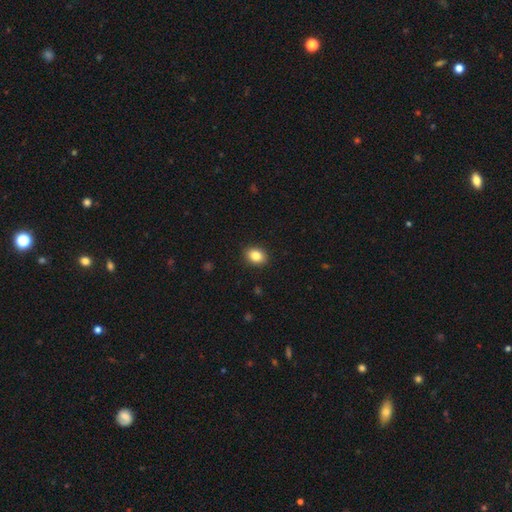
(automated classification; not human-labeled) Smooth or featured? Predicted: smooth (p=0.85). How rounded? Predicted: in between (p=0.61). Merging? Predicted: none (p=0.90).